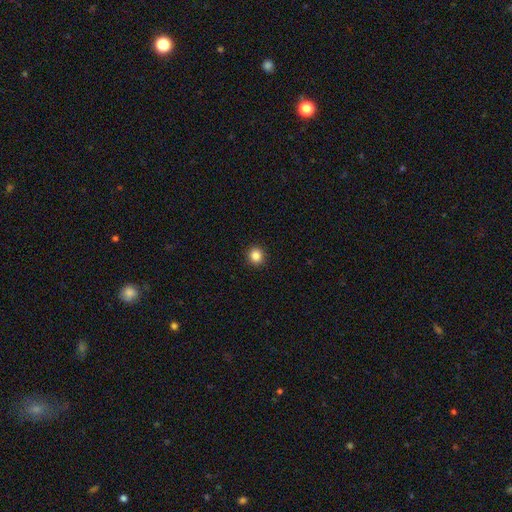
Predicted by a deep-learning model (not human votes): A smooth galaxy with no disk features (85%) that is round (92%).

Vote fractions:
- Smooth or featured? smooth: 85% / star or artifact: 11% / featured or disk: 4%
- How rounded? round: 92% / in between: 7% / cigar-shaped: 1%
- Merging? none: 93% / minor disturbance: 4% / major disturbance: 2% / merger: 1%